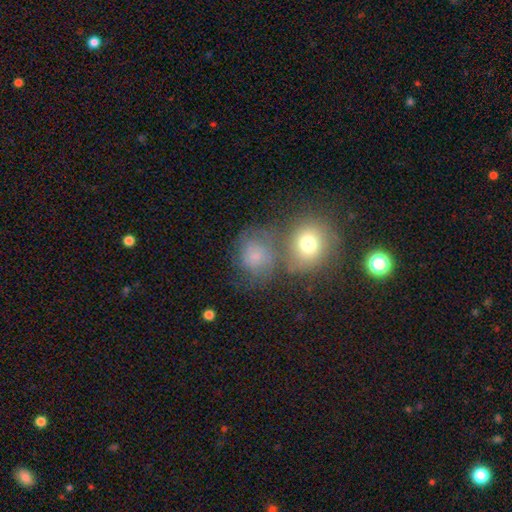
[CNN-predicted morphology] Overall: smooth (57%; featured or disk 30%). How rounded: round (72%). Merging: none (44%; merger 29%).